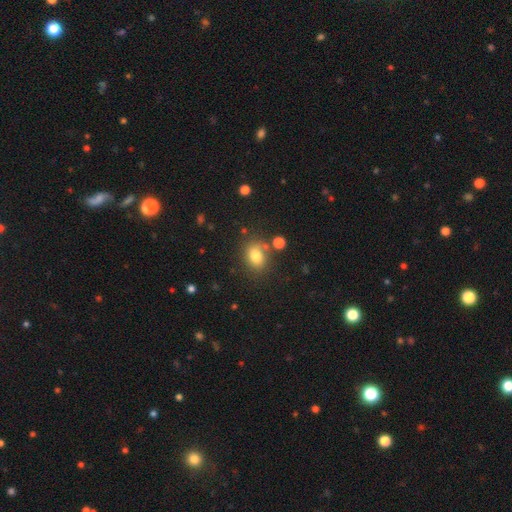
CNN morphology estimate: Q: Smooth or featured?
A: smooth (78%); runner-up: star or artifact (12%)
Q: How rounded?
A: round (50%); runner-up: in between (49%)
Q: Merging?
A: none (66%); runner-up: minor disturbance (17%)